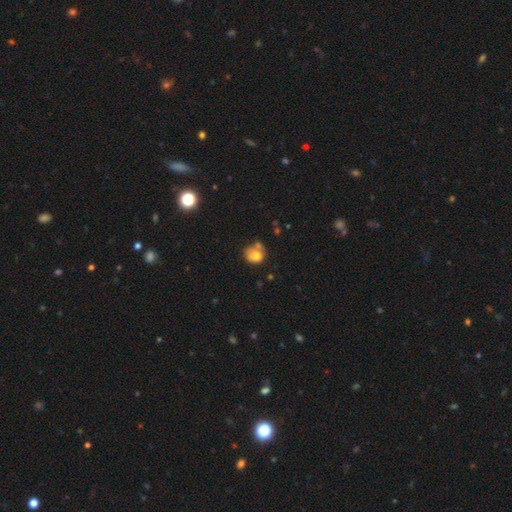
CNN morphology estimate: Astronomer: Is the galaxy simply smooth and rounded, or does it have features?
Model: smooth — 72%.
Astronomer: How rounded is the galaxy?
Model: round — 77%.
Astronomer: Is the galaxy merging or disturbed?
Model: none — 44% (runner-up: merger, 27%).